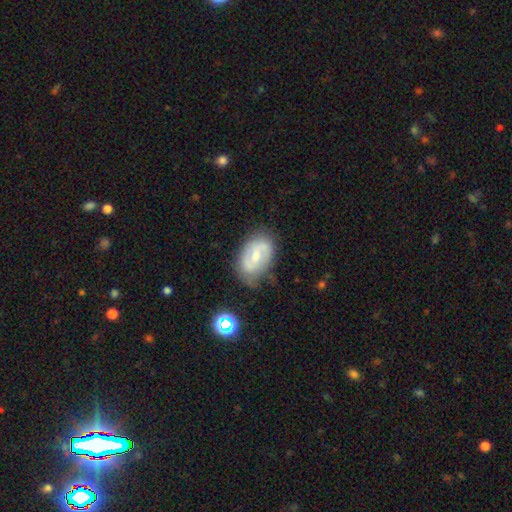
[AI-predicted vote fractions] featured or disk 60%, smooth 32%, star or artifact 7%. Down the decision tree: edge-on disk — no (95%); bar — weak (51%); spiral arms — yes (71%); bulge size — moderate (50%); merging — none (66%).